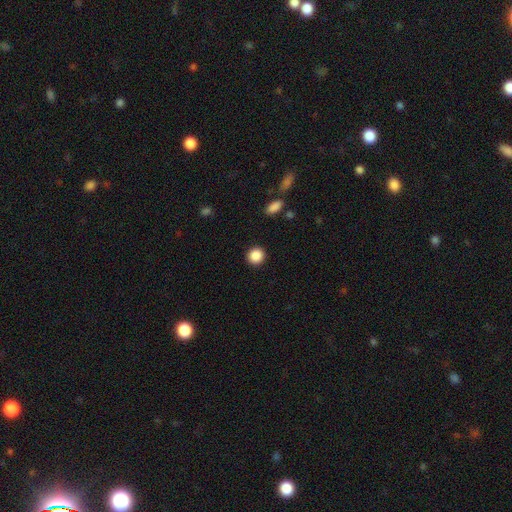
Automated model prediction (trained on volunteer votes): Smooth or featured?
  - smooth: 88% *
  - star or artifact: 9%
  - featured or disk: 3%
How rounded?
  - round: 92% *
  - in between: 7%
  - cigar-shaped: 1%
Merging?
  - none: 92% *
  - minor disturbance: 5%
  - major disturbance: 2%
  - merger: 1%